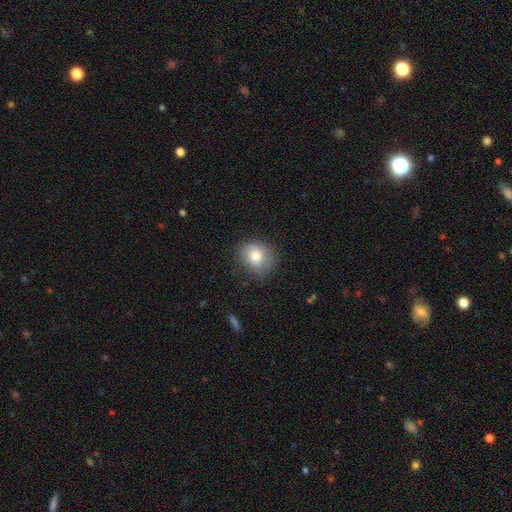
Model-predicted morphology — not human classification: type=smooth (78%); roundness=round (72%); merging=none (74%).